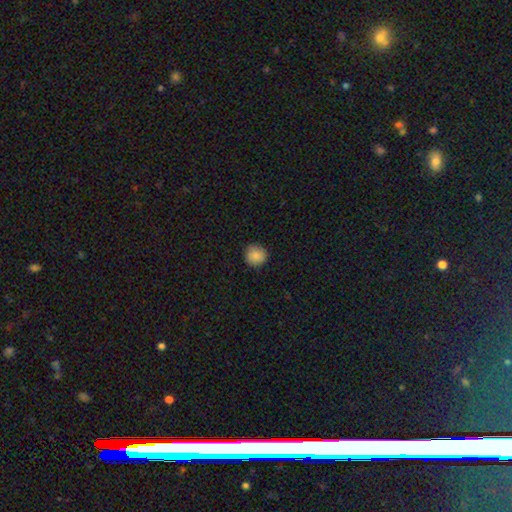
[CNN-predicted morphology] The model was most divided on "smooth or featured": smooth: 87%, star or artifact: 9%, featured or disk: 4%. More confident: how rounded — round (93%); merging — none (89%).